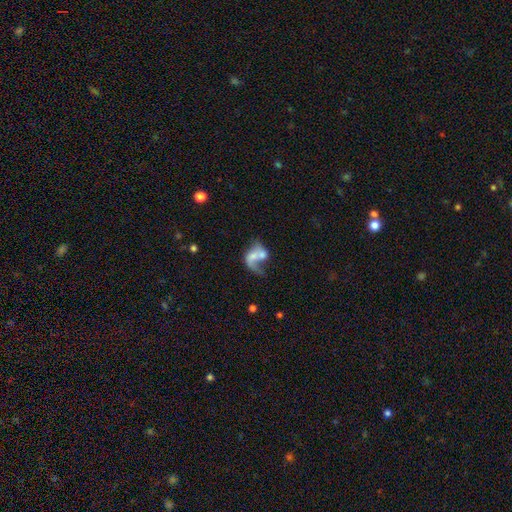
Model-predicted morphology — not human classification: Smooth or featured? Predicted: featured or disk (p=0.55). Edge-on disk? Predicted: no (p=0.97). Bar? Predicted: no (p=0.70). Spiral arms? Predicted: yes (p=0.61). Bulge size? Predicted: moderate (p=0.30). Merging? Predicted: merger (p=0.50).